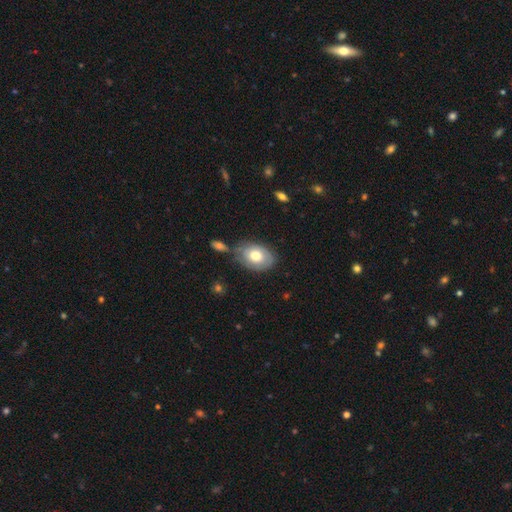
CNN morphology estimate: Smooth or featured?
  - smooth: 67% *
  - featured or disk: 27%
  - star or artifact: 6%
How rounded?
  - in between: 80% *
  - round: 19%
  - cigar-shaped: 1%
Merging?
  - none: 60% *
  - minor disturbance: 22%
  - merger: 12%
  - major disturbance: 7%